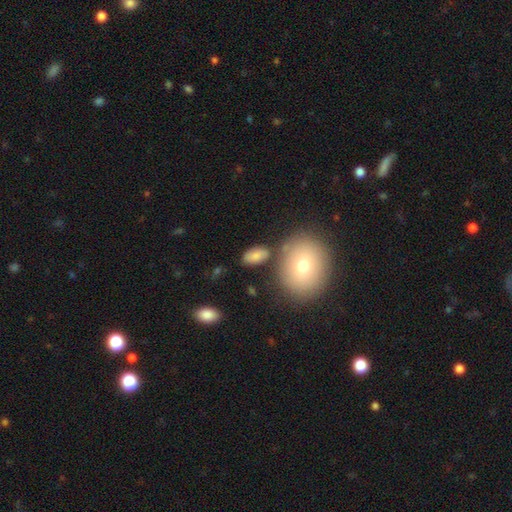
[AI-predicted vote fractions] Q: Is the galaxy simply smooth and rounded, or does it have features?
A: smooth — 80%.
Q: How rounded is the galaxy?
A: in between — 90%.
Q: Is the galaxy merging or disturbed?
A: none — 74%.